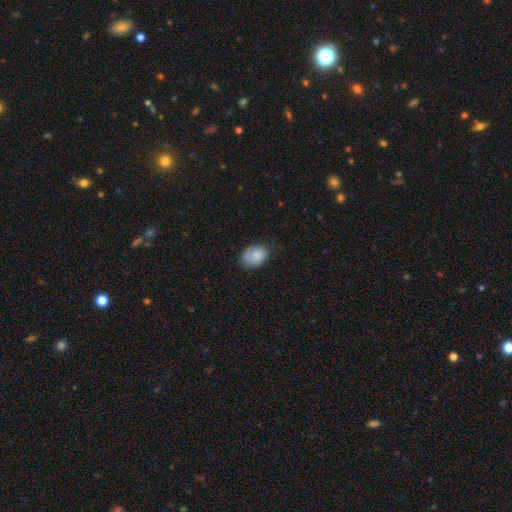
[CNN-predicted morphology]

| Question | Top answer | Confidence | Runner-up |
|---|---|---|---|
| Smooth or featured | smooth | 77% | featured or disk (16%) |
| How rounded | in between | 70% | round (29%) |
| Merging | none | 61% | minor disturbance (28%) |